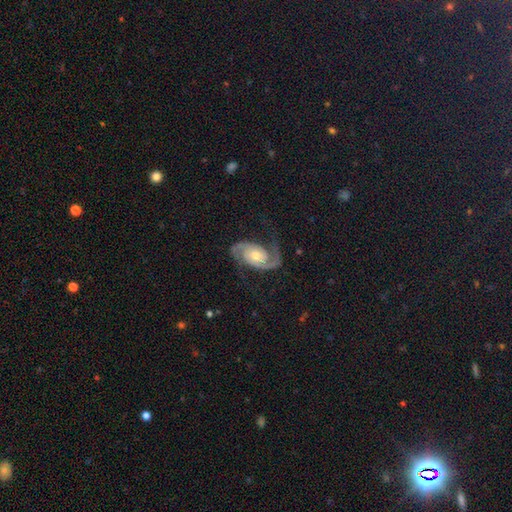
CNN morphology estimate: Q: Smooth or featured?
A: featured or disk (91%); runner-up: smooth (5%)
Q: Edge-on disk?
A: no (97%); runner-up: yes (3%)
Q: Bar?
A: no (67%); runner-up: weak (25%)
Q: Spiral arms?
A: yes (98%); runner-up: no (2%)
Q: Spiral winding?
A: medium (50%); runner-up: tight (31%)
Q: Spiral arm count?
A: 2 (93%); runner-up: can't tell (2%)
Q: Bulge size?
A: moderate (58%); runner-up: small (32%)
Q: Merging?
A: none (74%); runner-up: minor disturbance (16%)